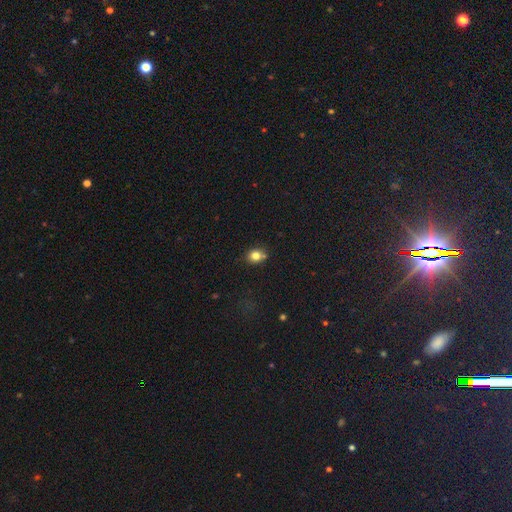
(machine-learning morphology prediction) A smooth galaxy with no disk features (80%) that is round (65%). Merging: none (70%).